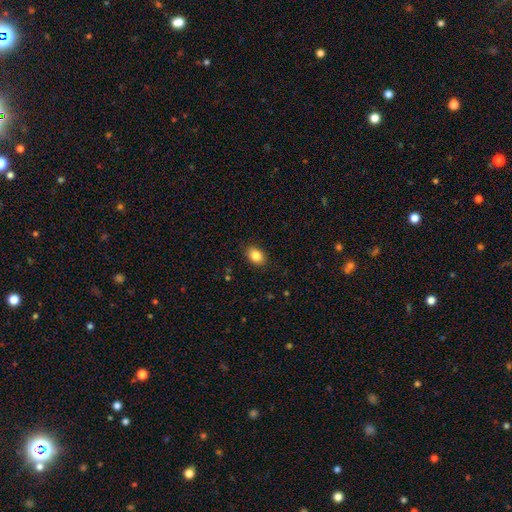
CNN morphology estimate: Smooth or featured? smooth (86%)
How rounded? in between (75%)
Merging? none (88%)